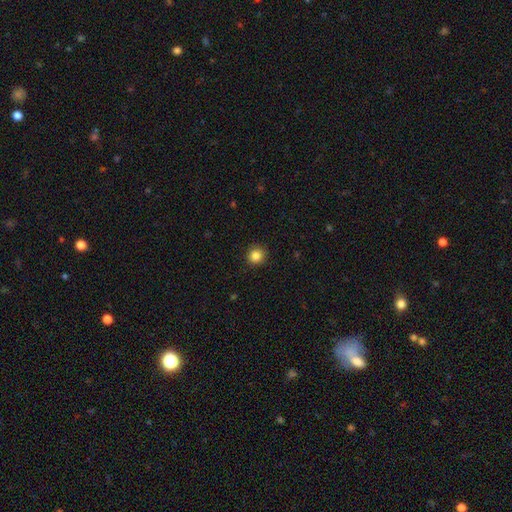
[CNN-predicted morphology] This appears to be a smooth galaxy with no disk features (85%) that is round (92%). Merging: none (90%).